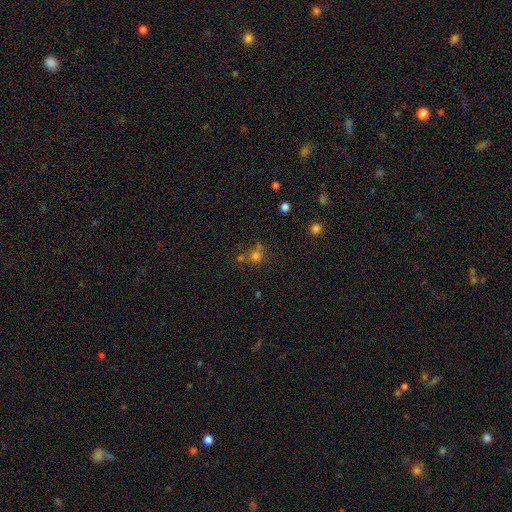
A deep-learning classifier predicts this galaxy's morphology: Overall: smooth (69%). How rounded: round (87%). Merging: none (57%; merger 28%).